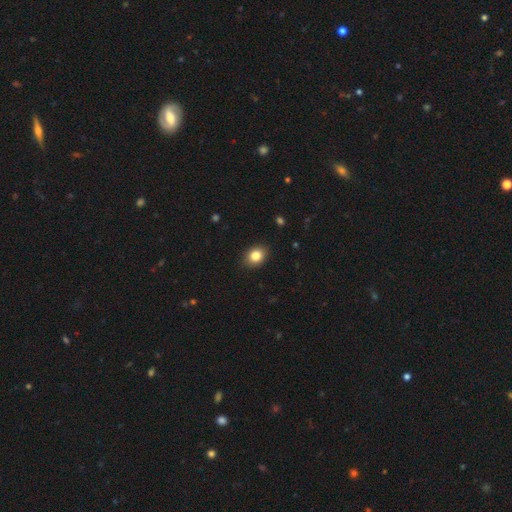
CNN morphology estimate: Smooth or featured? smooth (83%)
How rounded? in between (58%)
Merging? none (89%)